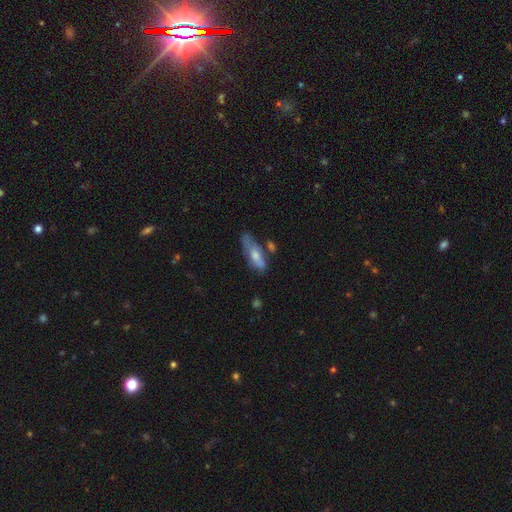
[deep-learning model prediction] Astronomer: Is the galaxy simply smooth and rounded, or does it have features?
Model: smooth — 60%.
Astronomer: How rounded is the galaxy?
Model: in between — 57% (runner-up: cigar-shaped, 41%).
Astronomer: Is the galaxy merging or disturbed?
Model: none — 38% (runner-up: minor disturbance, 31%).